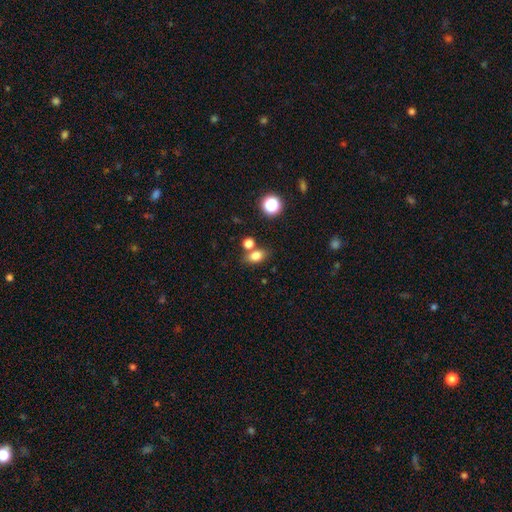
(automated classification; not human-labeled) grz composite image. It shows a smooth galaxy with no disk features (79%) that is in between round and cigar-shaped (73%). Merging: none (61%).